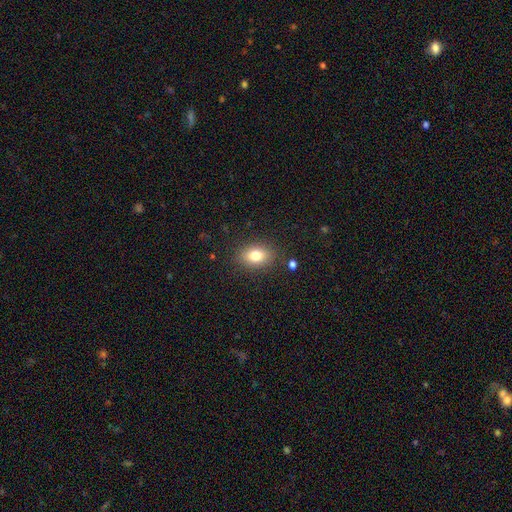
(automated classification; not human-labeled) Smooth or featured?
  - smooth: 80% *
  - featured or disk: 10%
  - star or artifact: 10%
How rounded?
  - in between: 77% *
  - round: 21%
  - cigar-shaped: 2%
Merging?
  - none: 86% *
  - minor disturbance: 10%
  - major disturbance: 3%
  - merger: 2%